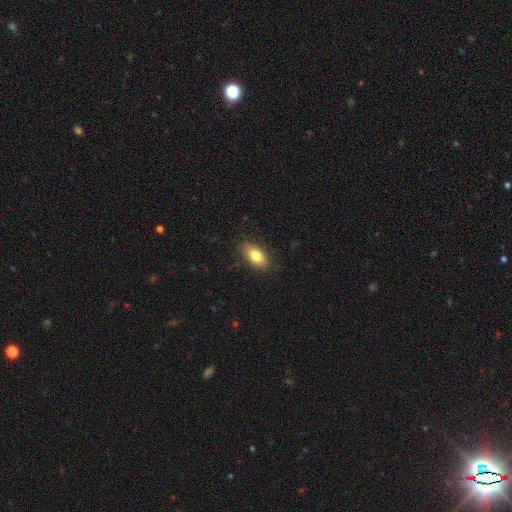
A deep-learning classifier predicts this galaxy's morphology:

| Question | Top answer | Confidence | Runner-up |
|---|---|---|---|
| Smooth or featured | smooth | 79% | featured or disk (14%) |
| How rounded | in between | 87% | cigar-shaped (6%) |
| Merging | none | 85% | minor disturbance (12%) |